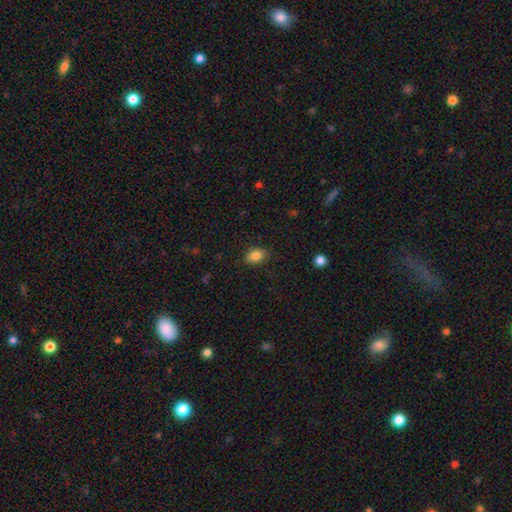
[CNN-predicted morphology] Smooth or featured?
  - smooth: 85% *
  - star or artifact: 9%
  - featured or disk: 6%
How rounded?
  - in between: 79% *
  - round: 20%
  - cigar-shaped: 1%
Merging?
  - none: 87% *
  - minor disturbance: 10%
  - major disturbance: 3%
  - merger: 1%